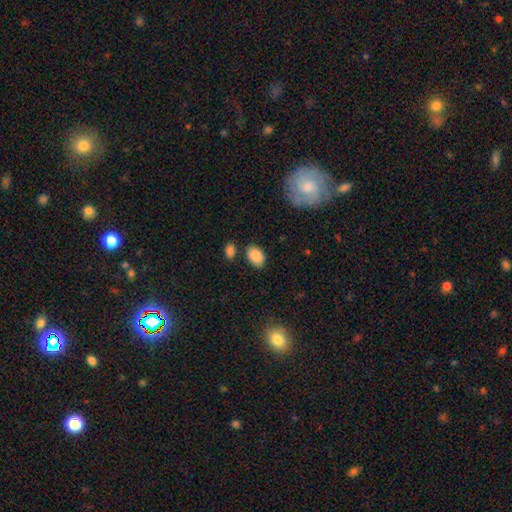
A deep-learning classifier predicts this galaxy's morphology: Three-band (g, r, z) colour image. It shows a smooth galaxy with no disk features (88%) that is in between round and cigar-shaped (86%). Merging: none (78%).